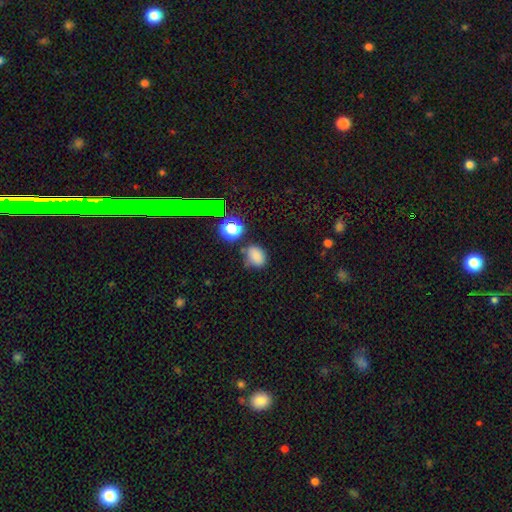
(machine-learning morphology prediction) smooth 77%, star or artifact 17%, featured or disk 6%. Down the decision tree: how rounded — in between (66%); merging — none (66%).